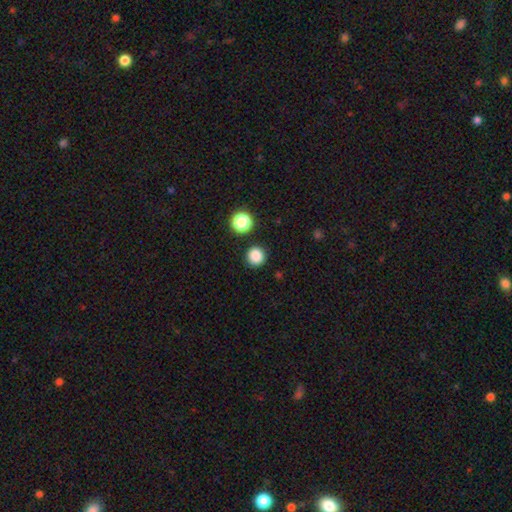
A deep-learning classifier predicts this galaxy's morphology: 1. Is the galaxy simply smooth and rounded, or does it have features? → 85% smooth, 12% star or artifact, 3% featured or disk.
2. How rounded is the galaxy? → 93% round, 6% in between, 1% cigar-shaped.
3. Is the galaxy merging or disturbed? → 89% none, 6% minor disturbance, 3% merger, 2% major disturbance.